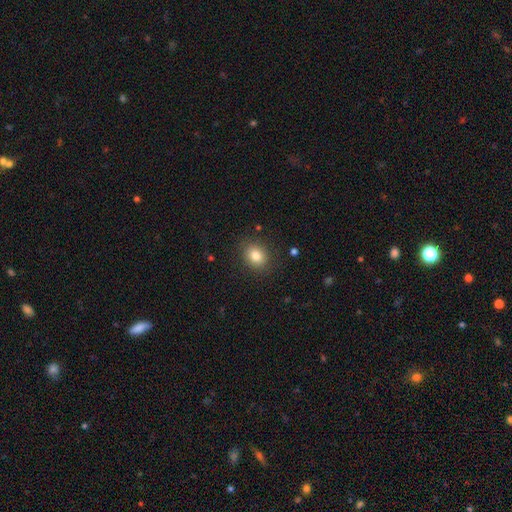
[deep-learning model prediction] Q: Smooth or featured?
A: smooth (83%); runner-up: star or artifact (10%)
Q: How rounded?
A: round (59%); runner-up: in between (40%)
Q: Merging?
A: none (87%); runner-up: minor disturbance (9%)